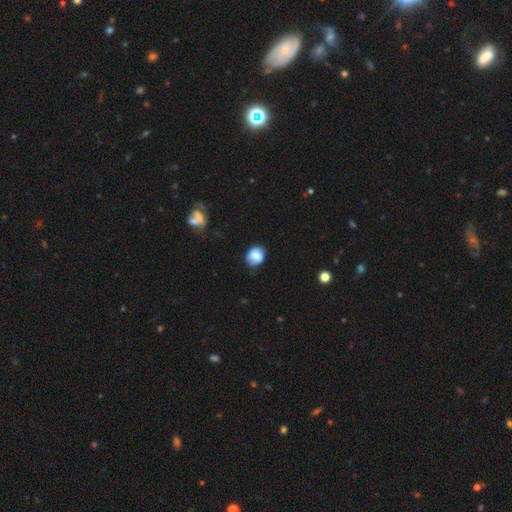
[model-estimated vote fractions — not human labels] Morphology: type=smooth (76%); roundness=round (59%); merging=none (67%).